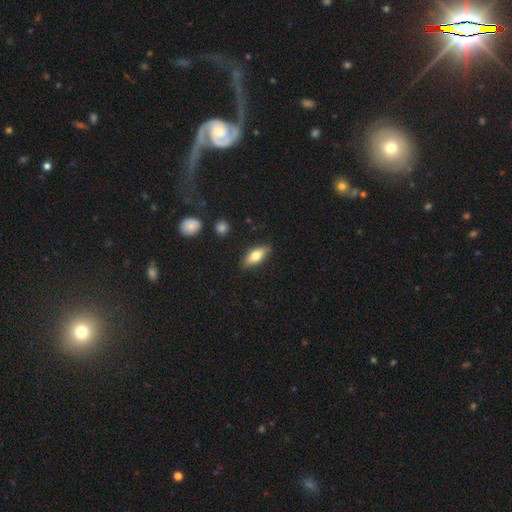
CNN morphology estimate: Smooth or featured? smooth (70%)
How rounded? in between (72%)
Merging? none (84%)